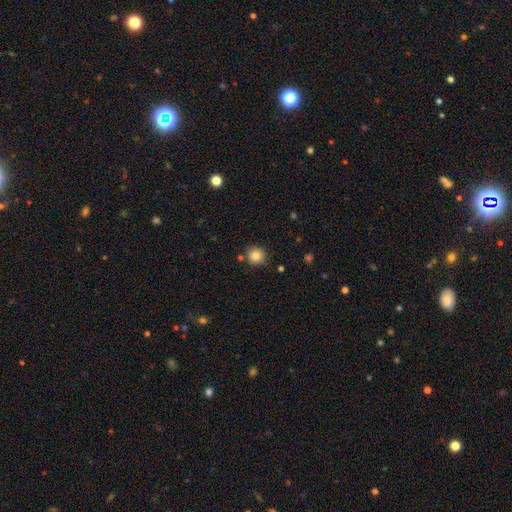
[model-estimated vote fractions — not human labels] A smooth galaxy with no disk features (83%) that is round (94%).

Vote fractions:
- Smooth or featured? smooth: 83% / star or artifact: 11% / featured or disk: 7%
- How rounded? round: 94% / in between: 5% / cigar-shaped: 1%
- Merging? none: 85% / minor disturbance: 9% / merger: 4% / major disturbance: 2%